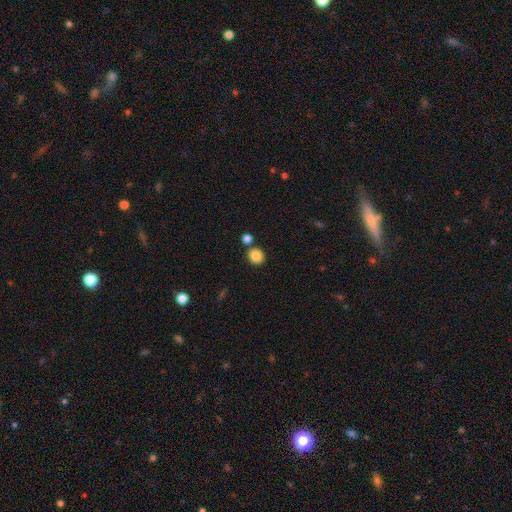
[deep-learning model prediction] A smooth galaxy with no disk features (86%) that is round (77%).

Vote fractions:
- Smooth or featured? smooth: 86% / star or artifact: 10% / featured or disk: 4%
- How rounded? round: 77% / in between: 22% / cigar-shaped: 1%
- Merging? none: 76% / merger: 13% / minor disturbance: 9% / major disturbance: 3%